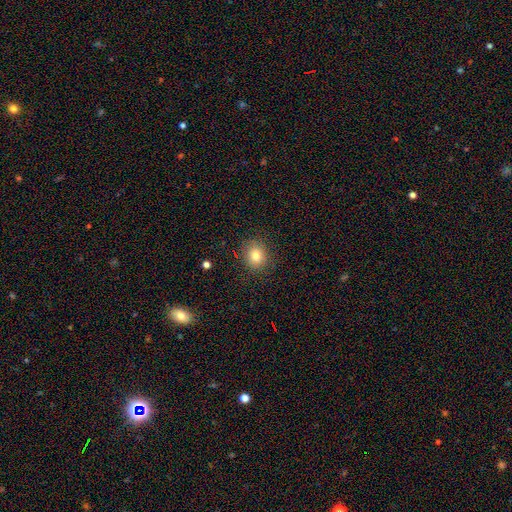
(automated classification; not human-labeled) Morphology: type=smooth (80%); roundness=round (72%); merging=none (86%).